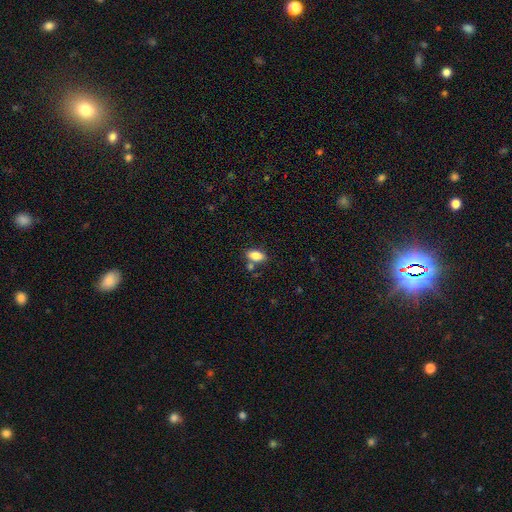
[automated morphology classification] A smooth galaxy with no disk features (85%) that is in between round and cigar-shaped (90%).

Vote fractions:
- Smooth or featured? smooth: 85% / star or artifact: 8% / featured or disk: 7%
- How rounded? in between: 90% / cigar-shaped: 6% / round: 5%
- Merging? none: 71% / merger: 13% / minor disturbance: 13% / major disturbance: 3%